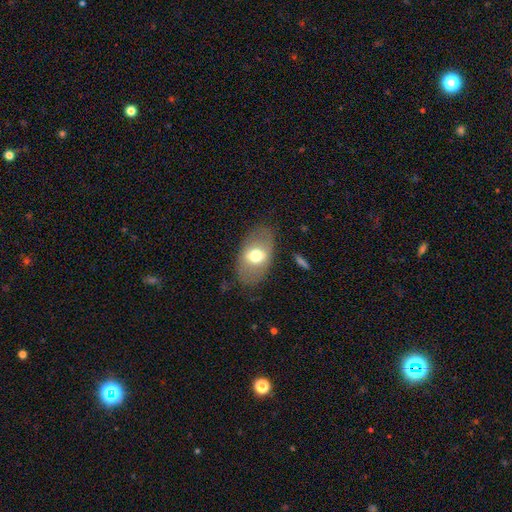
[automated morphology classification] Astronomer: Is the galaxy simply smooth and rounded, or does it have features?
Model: smooth — 57% (runner-up: featured or disk, 36%).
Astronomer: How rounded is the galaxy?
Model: in between — 88%.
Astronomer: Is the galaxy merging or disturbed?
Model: none — 78%.